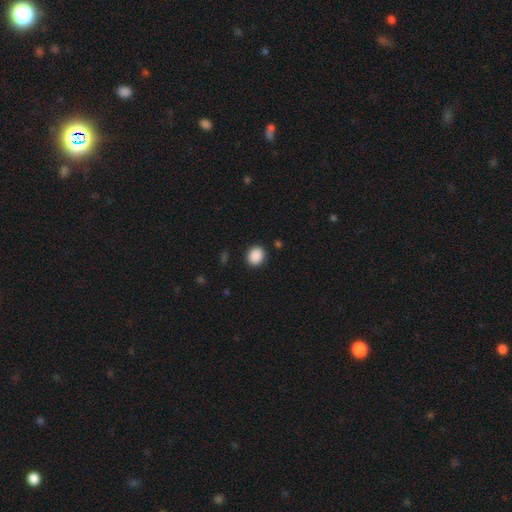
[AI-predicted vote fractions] Overall: smooth (89%). How rounded: round (72%). Merging: none (90%).